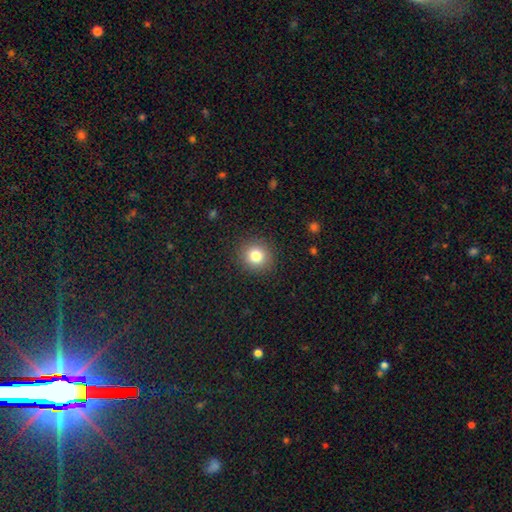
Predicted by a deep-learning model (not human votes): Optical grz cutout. It shows a smooth galaxy with no disk features (81%) that is round (90%). Merging: none (90%).